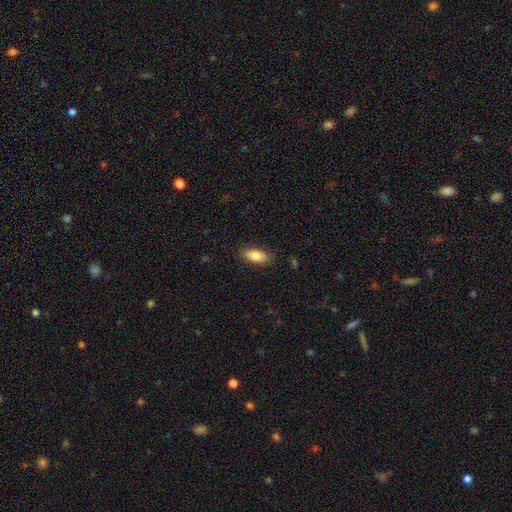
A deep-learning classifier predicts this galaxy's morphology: Smooth or featured? smooth (81%)
How rounded? in between (86%)
Merging? none (86%)